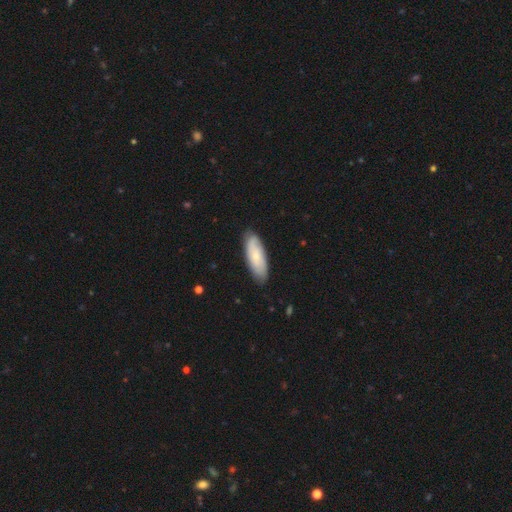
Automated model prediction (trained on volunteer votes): A smooth galaxy with no disk features (59%) that is in between round and cigar-shaped (66%). Merging: none (84%).